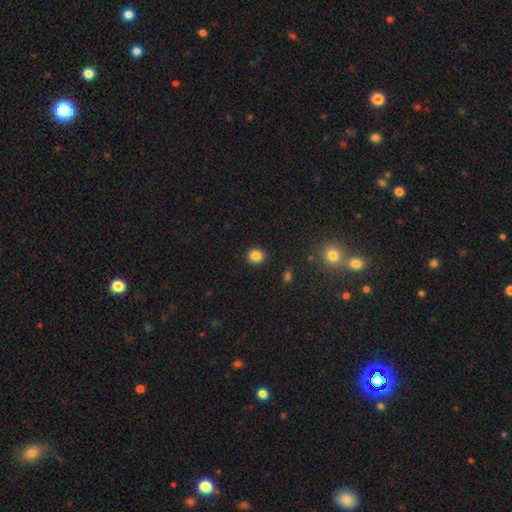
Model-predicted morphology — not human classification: The model was most divided on "how rounded": round: 86%, in between: 13%, cigar-shaped: 1%. More confident: merging — none (91%); smooth or featured — smooth (85%).